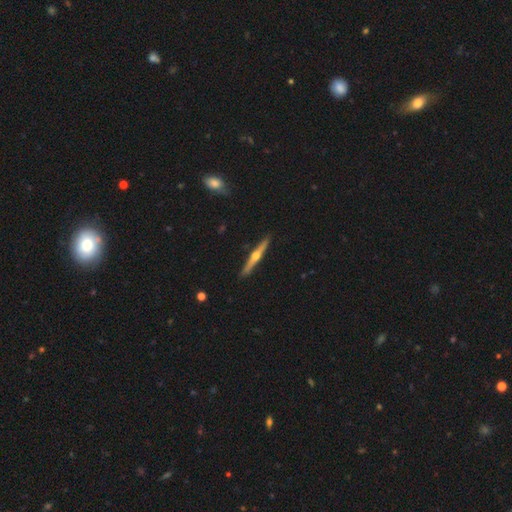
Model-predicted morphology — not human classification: Overall: featured or disk (75%). Edge-on disk: yes (98%). Edge-on bulge: rounded (94%). Merging: none (91%).